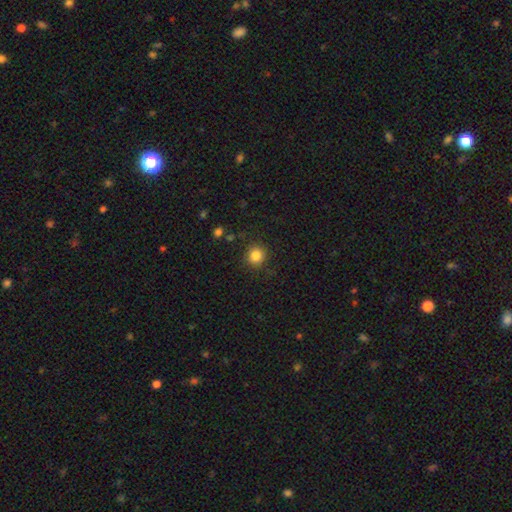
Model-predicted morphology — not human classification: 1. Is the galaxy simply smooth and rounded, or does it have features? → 84% smooth, 11% star or artifact, 5% featured or disk.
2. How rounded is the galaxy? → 90% round, 9% in between, 1% cigar-shaped.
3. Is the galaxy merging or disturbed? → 87% none, 8% minor disturbance, 3% major disturbance, 1% merger.